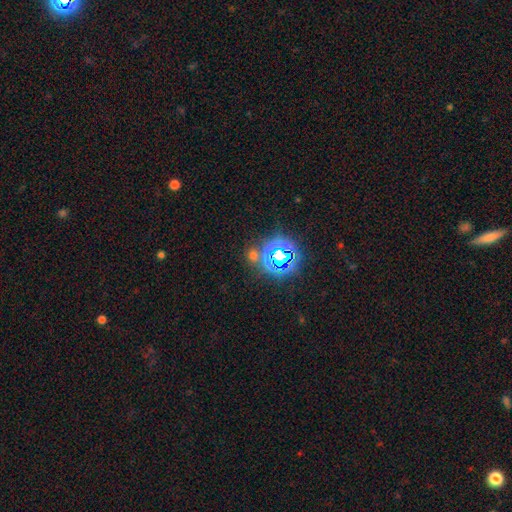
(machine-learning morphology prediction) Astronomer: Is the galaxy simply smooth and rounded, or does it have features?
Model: star or artifact — 70%.